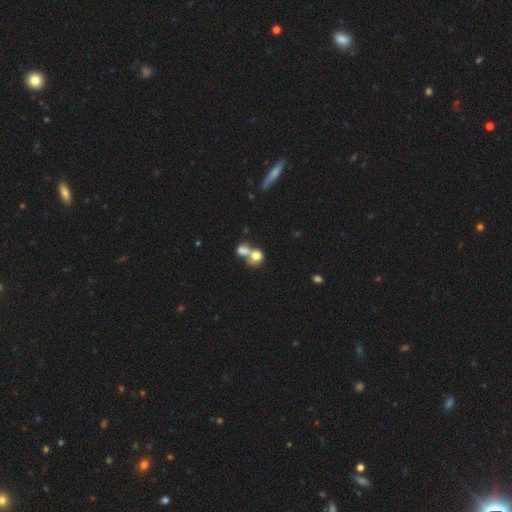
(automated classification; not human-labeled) This is likely a smooth galaxy (73%). How rounded: likely round (72%). Merging: likely merger (63%).